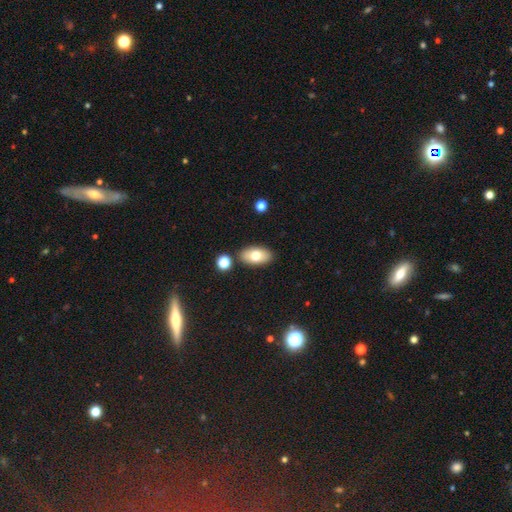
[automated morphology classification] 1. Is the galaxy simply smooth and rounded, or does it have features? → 75% smooth, 17% featured or disk, 8% star or artifact.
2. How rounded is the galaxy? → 93% in between, 5% round, 2% cigar-shaped.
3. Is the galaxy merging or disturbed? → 84% none, 9% minor disturbance, 5% merger, 2% major disturbance.